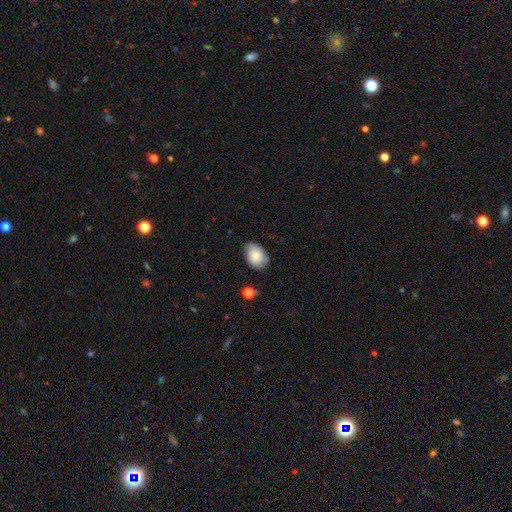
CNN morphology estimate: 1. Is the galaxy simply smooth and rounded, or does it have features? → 79% smooth, 13% featured or disk, 8% star or artifact.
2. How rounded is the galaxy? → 82% in between, 17% round, 1% cigar-shaped.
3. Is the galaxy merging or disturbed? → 68% none, 25% minor disturbance, 5% major disturbance, 2% merger.